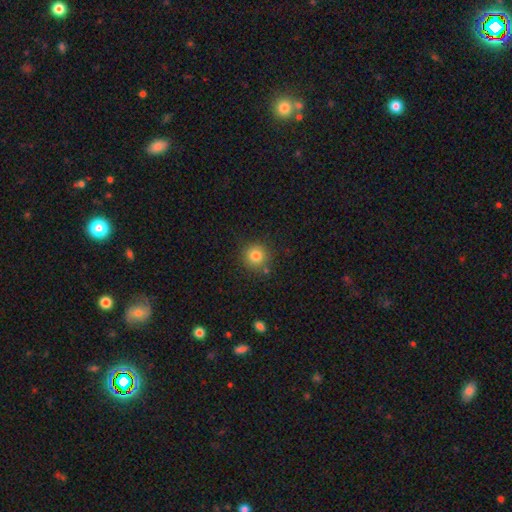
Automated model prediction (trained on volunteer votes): Overall: smooth (81%). How rounded: round (94%). Merging: none (83%).